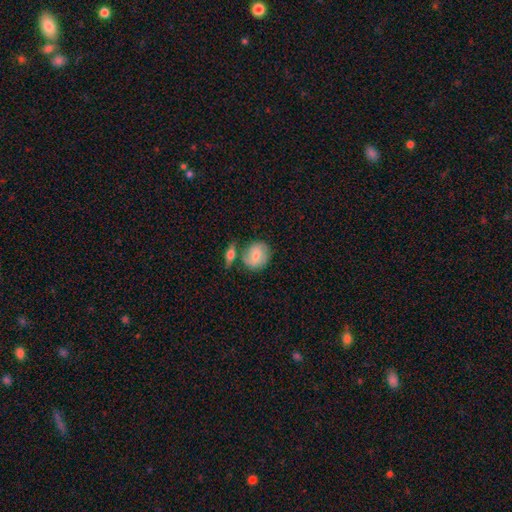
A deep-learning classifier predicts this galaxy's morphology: A smooth galaxy with no disk features (62%) that is round (76%). Merging: none (56%).